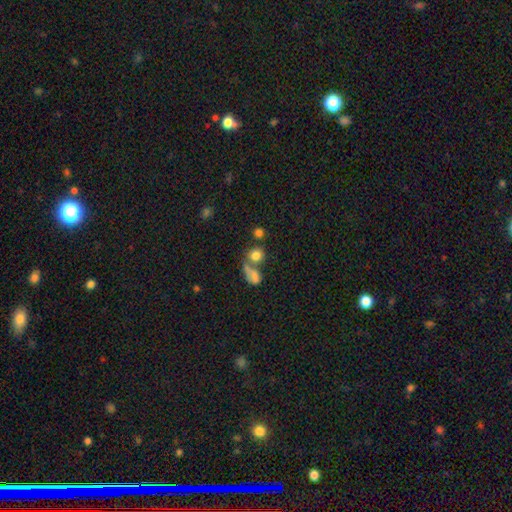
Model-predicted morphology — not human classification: The model was most divided on "merging": none: 49%, merger: 36%, minor disturbance: 10%, major disturbance: 6%. More confident: smooth or featured — smooth (78%); how rounded — round (77%).